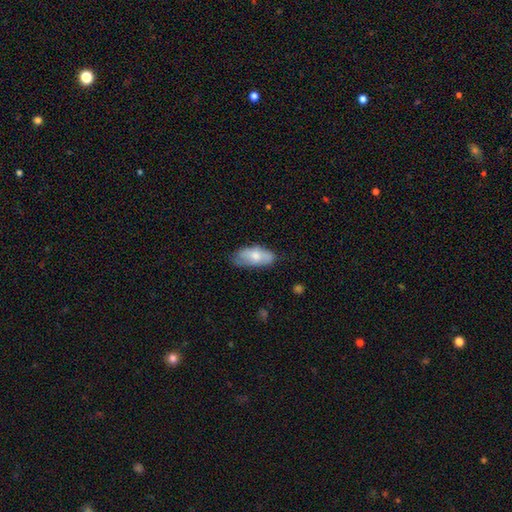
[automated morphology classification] This appears to be a smooth galaxy with no disk features (68%) that is in between round and cigar-shaped (89%). Merging: none (58%).